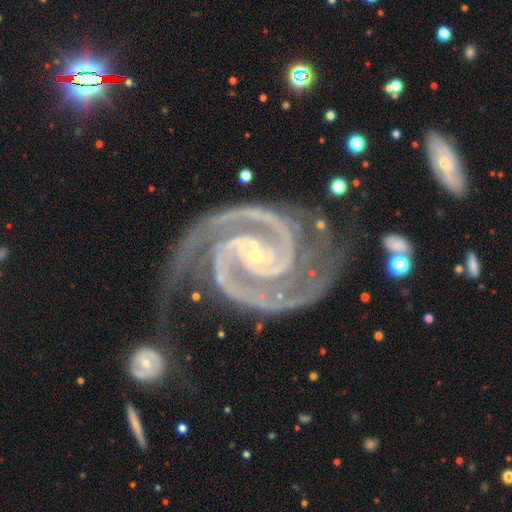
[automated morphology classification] Smooth or featured: featured or disk — 95% (star or artifact — 4%)
Edge-on disk: no — 98% (yes — 2%)
Bar: no — 46% (strong — 28%)
Spiral arms: yes — 99% (no — 1%)
Spiral winding: tight — 63% (medium — 33%)
Spiral arm count: 2 — 90% (3 — 4%)
Bulge size: small — 86% (moderate — 11%)
Merging: none — 58% (minor disturbance — 23%)